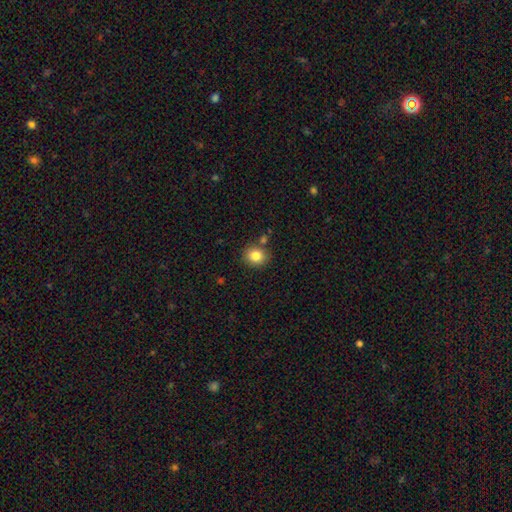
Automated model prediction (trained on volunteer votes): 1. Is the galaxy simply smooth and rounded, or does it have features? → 83% smooth, 10% star or artifact, 7% featured or disk.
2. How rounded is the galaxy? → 74% round, 25% in between, 1% cigar-shaped.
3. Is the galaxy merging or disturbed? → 79% none, 10% minor disturbance, 8% merger, 3% major disturbance.